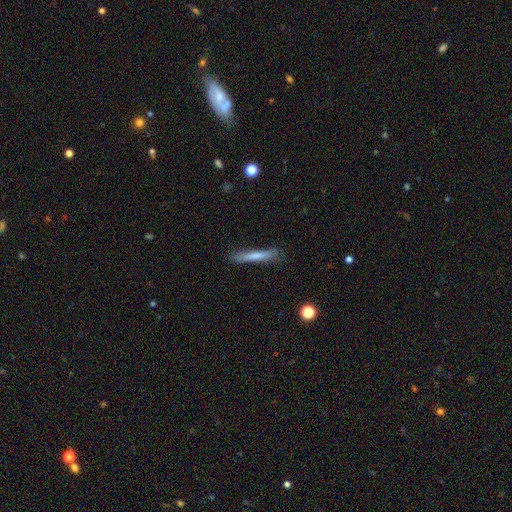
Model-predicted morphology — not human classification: A smooth galaxy with no disk features (71%) that is cigar-shaped (94%).

Vote fractions:
- Smooth or featured? smooth: 71% / featured or disk: 23% / star or artifact: 6%
- How rounded? cigar-shaped: 94% / in between: 4% / round: 1%
- Merging? none: 82% / minor disturbance: 14% / major disturbance: 3% / merger: 2%